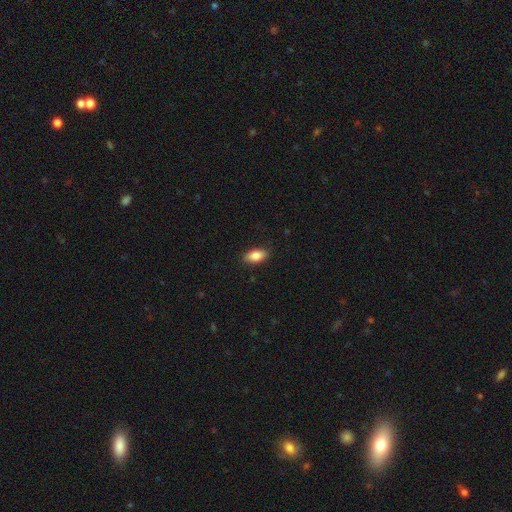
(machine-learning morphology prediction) smooth 85%, featured or disk 8%, star or artifact 7%. Down the decision tree: how rounded — in between (90%); merging — none (89%).